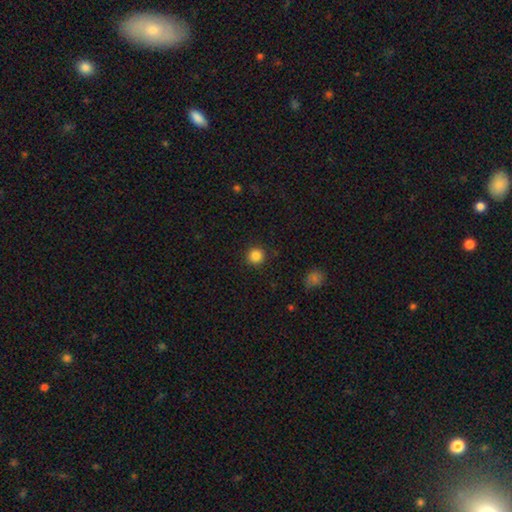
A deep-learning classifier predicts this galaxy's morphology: Smooth or featured? smooth (86%)
How rounded? round (94%)
Merging? none (91%)